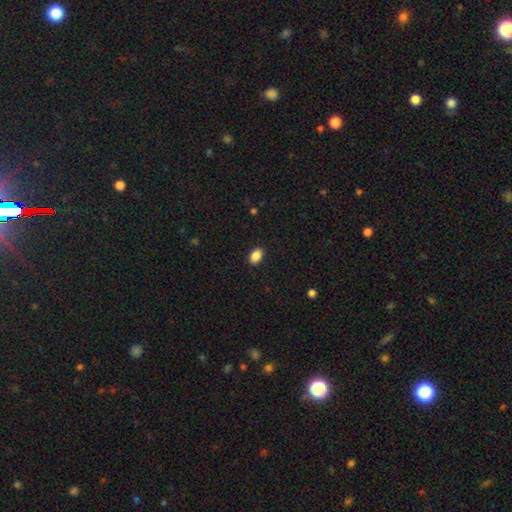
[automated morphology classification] smooth 89%, star or artifact 8%, featured or disk 3%. Down the decision tree: how rounded — in between (89%); merging — none (90%).